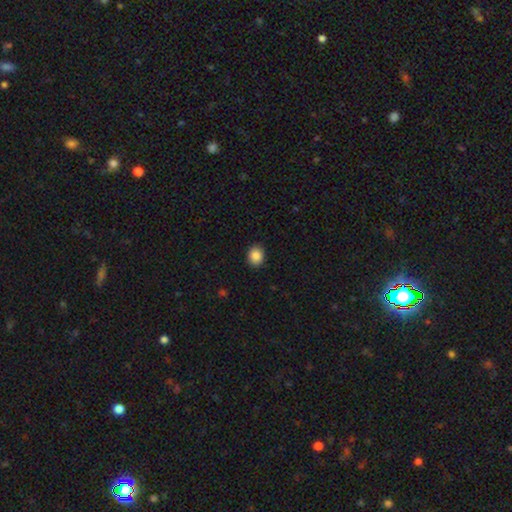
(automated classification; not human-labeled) Morphology: type=smooth (87%); roundness=round (61%); merging=none (89%).